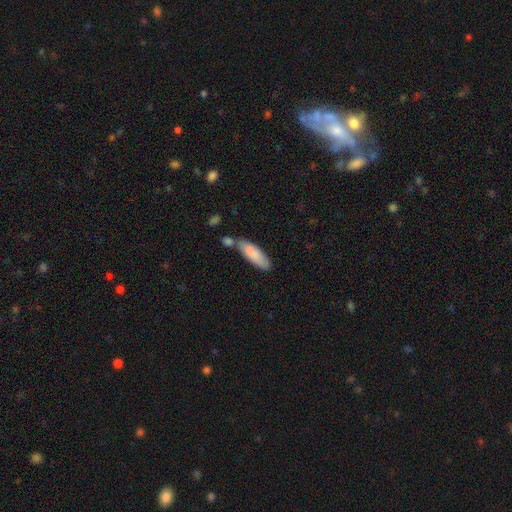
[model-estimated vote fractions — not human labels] A smooth galaxy with no disk features (81%) that is in between round and cigar-shaped (54%).

Vote fractions:
- Smooth or featured? smooth: 81% / featured or disk: 13% / star or artifact: 6%
- How rounded? in between: 54% / cigar-shaped: 45% / round: 2%
- Merging? none: 47% / merger: 29% / minor disturbance: 19% / major disturbance: 5%